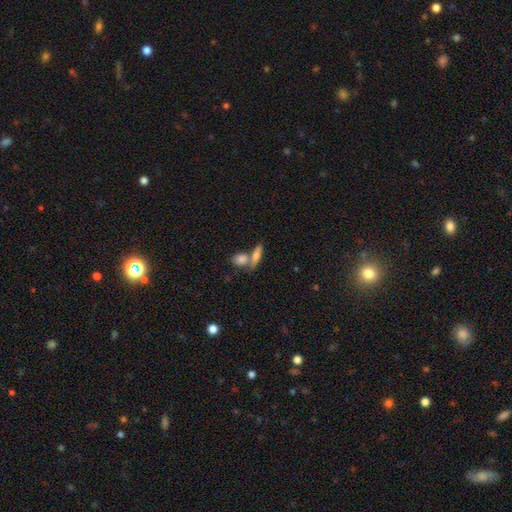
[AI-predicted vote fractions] The model was most divided on "how rounded": cigar-shaped: 47%, in between: 44%, round: 9%. Remaining: smooth or featured — smooth (65%); merging — none (48%).